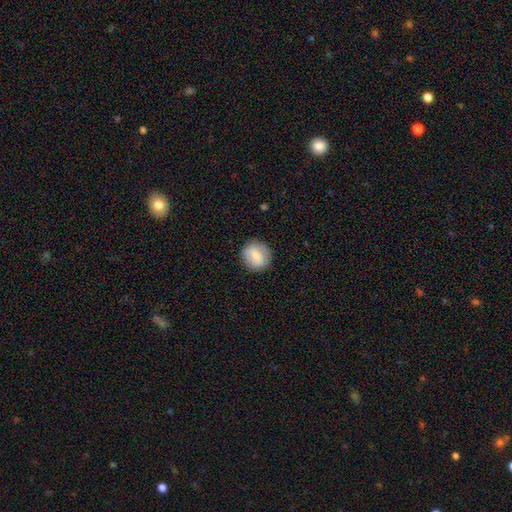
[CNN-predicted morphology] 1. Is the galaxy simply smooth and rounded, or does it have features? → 77% smooth, 15% featured or disk, 8% star or artifact.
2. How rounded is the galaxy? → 86% round, 13% in between, 1% cigar-shaped.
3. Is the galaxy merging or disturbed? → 85% none, 11% minor disturbance, 3% major disturbance, 1% merger.